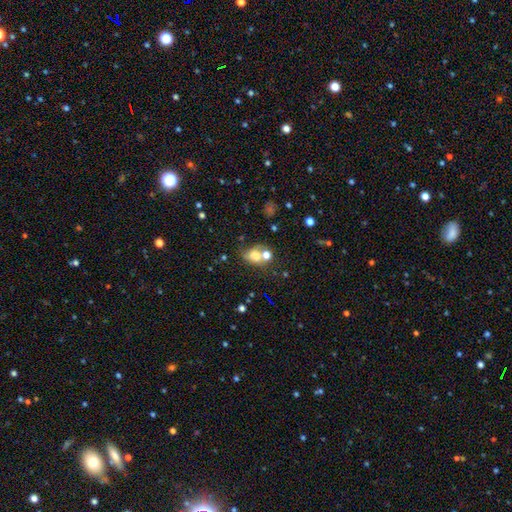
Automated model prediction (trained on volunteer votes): Smooth or featured: smooth — 60% (featured or disk — 20%)
How rounded: in between — 58% (round — 40%)
Merging: merger — 34% (tied with none — 34%)